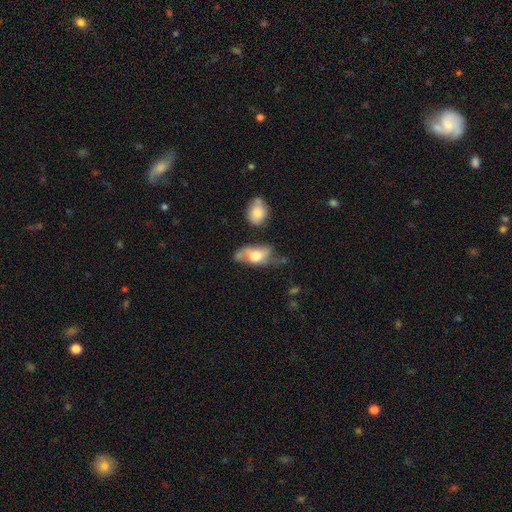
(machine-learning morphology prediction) smooth-or-featured: smooth: 48% | featured or disk: 45% | star or artifact: 7%
  merging: none: 38% | minor disturbance: 31% | major disturbance: 22% | merger: 9%